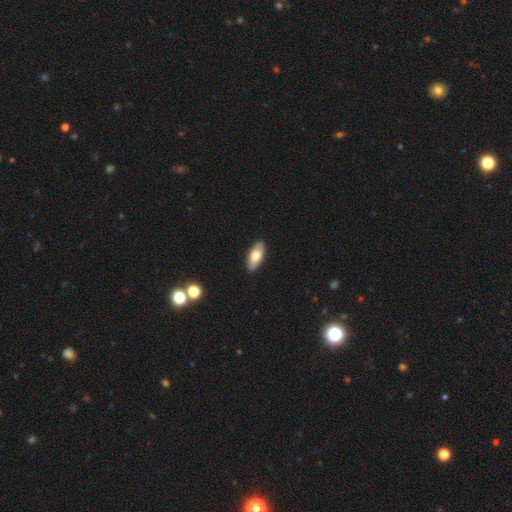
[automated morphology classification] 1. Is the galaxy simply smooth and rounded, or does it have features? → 70% smooth, 24% featured or disk, 6% star or artifact.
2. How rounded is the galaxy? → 86% in between, 11% cigar-shaped, 3% round.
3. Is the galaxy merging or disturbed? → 90% none, 8% minor disturbance, 2% major disturbance, 1% merger.